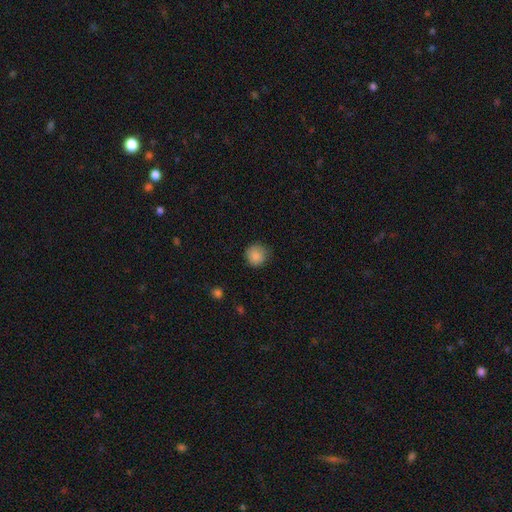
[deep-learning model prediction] A smooth galaxy with no disk features (87%) that is round (92%).

Vote fractions:
- Smooth or featured? smooth: 87% / star or artifact: 9% / featured or disk: 4%
- How rounded? round: 92% / in between: 7% / cigar-shaped: 1%
- Merging? none: 81% / minor disturbance: 15% / major disturbance: 3% / merger: 1%